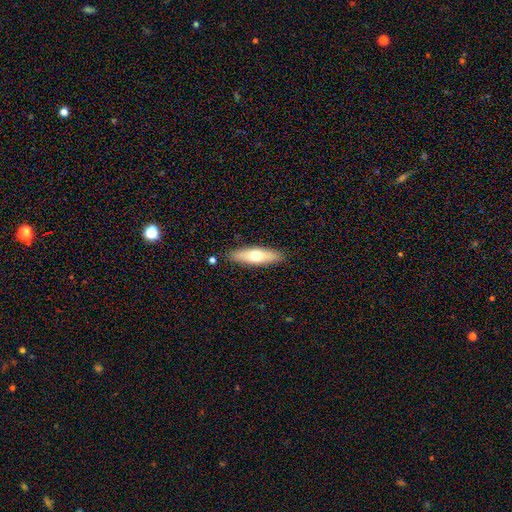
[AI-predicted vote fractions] smooth_or_featured: smooth (p=0.57) [alt: featured or disk p=0.37]
how_rounded: cigar-shaped (p=0.60) [alt: in between p=0.38]
merging: none (p=0.88) [alt: minor disturbance p=0.09]